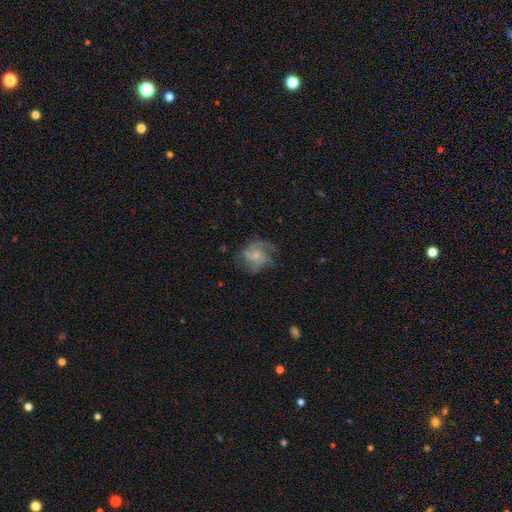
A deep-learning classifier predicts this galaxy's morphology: A featured or disk galaxy (60%) with no bar (70%), spiral arms (77%) and a small central bulge (55%). Merging: none (54%).